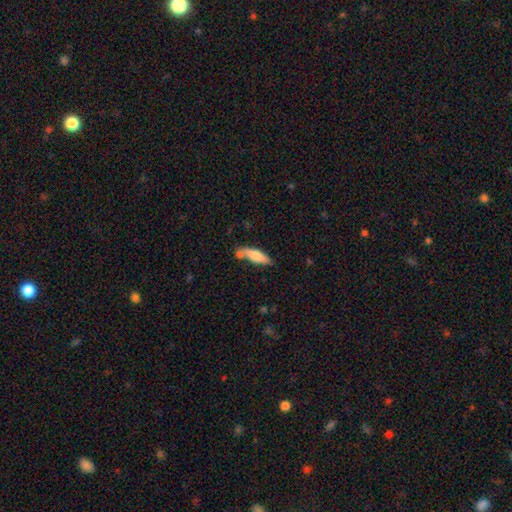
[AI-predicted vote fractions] smooth_or_featured: smooth (p=0.73) [alt: featured or disk p=0.21]
how_rounded: cigar-shaped (p=0.60) [alt: in between p=0.38]
merging: none (p=0.55) [alt: minor disturbance p=0.21]